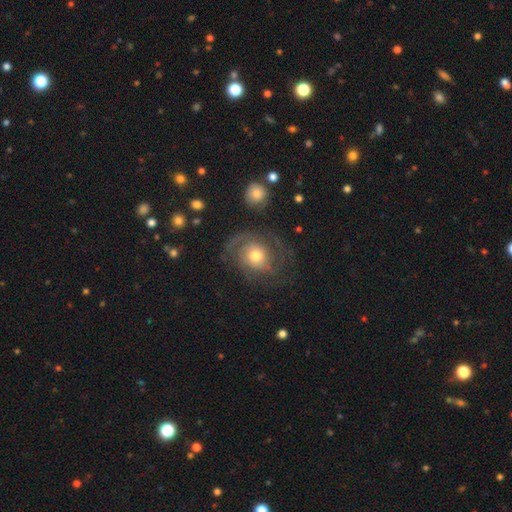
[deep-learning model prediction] featured or disk 76%, smooth 17%, star or artifact 7%. Down the decision tree: edge-on disk — no (97%); bar — no (77%); spiral arms — yes (91%); spiral arm count — 2 (38%); spiral winding — tight (43%); bulge size — moderate (65%); merging — none (63%).